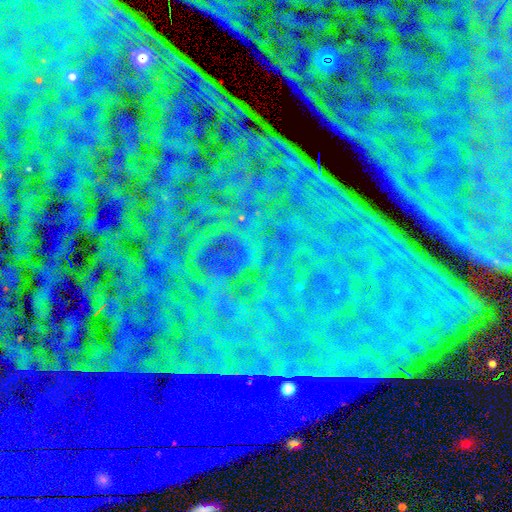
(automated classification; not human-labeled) Morphology: type=star or artifact (87%).